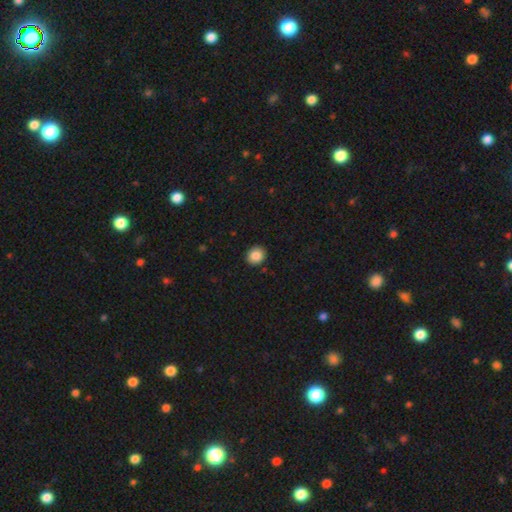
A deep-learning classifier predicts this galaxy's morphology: Q: Smooth or featured?
A: smooth (86%); runner-up: star or artifact (9%)
Q: How rounded?
A: round (78%); runner-up: in between (21%)
Q: Merging?
A: none (91%); runner-up: minor disturbance (6%)